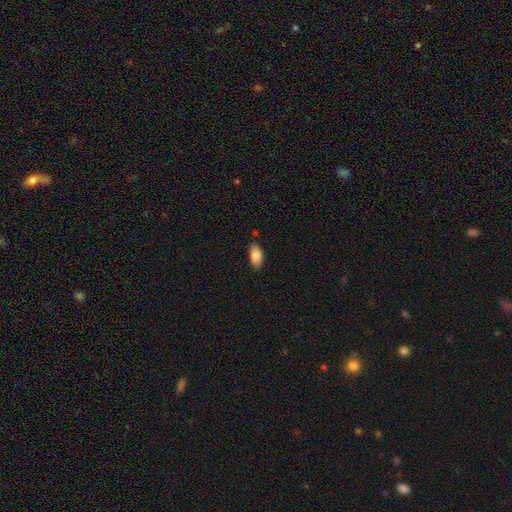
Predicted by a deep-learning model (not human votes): A smooth galaxy with no disk features (84%) that is in between round and cigar-shaped (90%).

Vote fractions:
- Smooth or featured? smooth: 84% / featured or disk: 10% / star or artifact: 7%
- How rounded? in between: 90% / cigar-shaped: 8% / round: 2%
- Merging? none: 84% / minor disturbance: 12% / major disturbance: 2% / merger: 2%